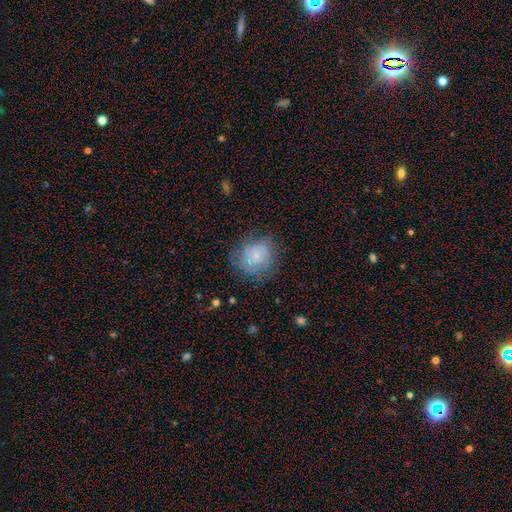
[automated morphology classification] type=smooth (64%); roundness=round (76%); merging=none (64%).